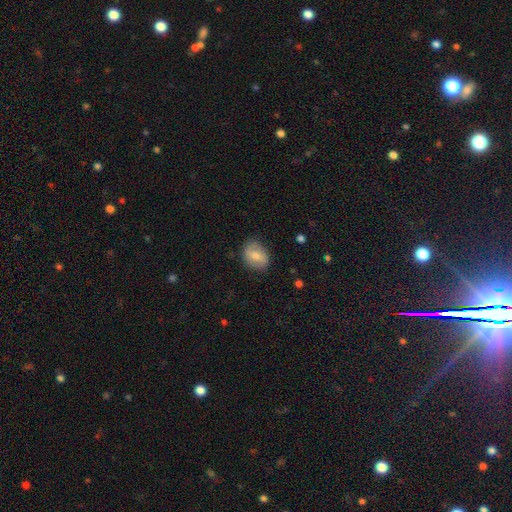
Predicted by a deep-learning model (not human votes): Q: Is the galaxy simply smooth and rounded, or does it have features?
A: smooth — 56%.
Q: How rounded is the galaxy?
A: in between — 61%.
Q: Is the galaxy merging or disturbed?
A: none — 80%.